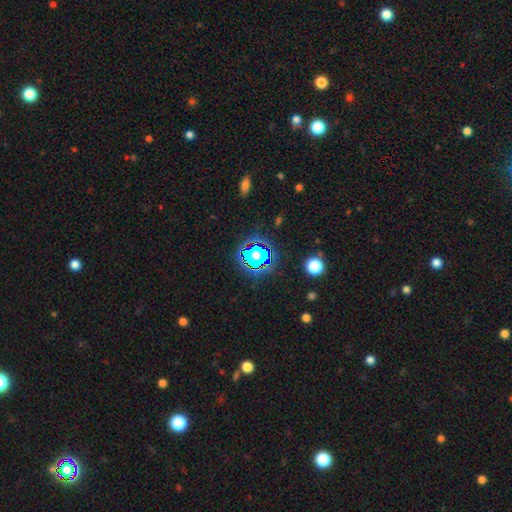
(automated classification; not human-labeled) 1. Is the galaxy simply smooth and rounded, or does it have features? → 55% star or artifact, 31% smooth, 14% featured or disk.